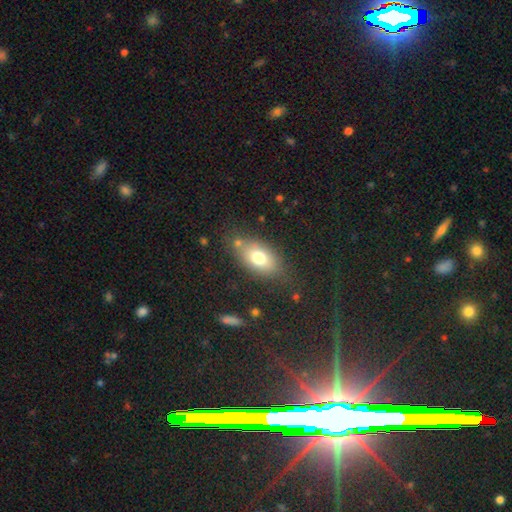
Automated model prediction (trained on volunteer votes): This is likely a smooth galaxy (73%). How rounded: clearly in between (85%). Merging: likely none (73%).